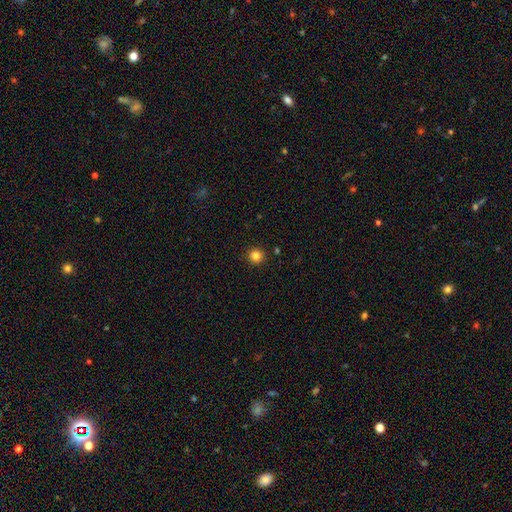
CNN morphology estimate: The model was most divided on "smooth or featured": smooth: 83%, star or artifact: 13%, featured or disk: 4%. More confident: how rounded — round (95%); merging — none (92%).